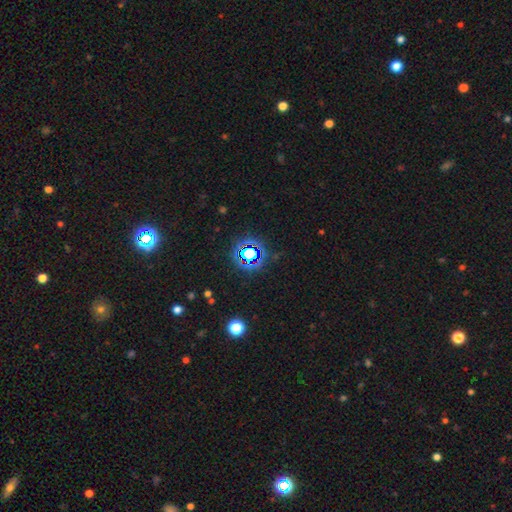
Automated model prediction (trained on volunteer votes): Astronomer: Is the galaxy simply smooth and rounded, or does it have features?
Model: star or artifact — 77%.